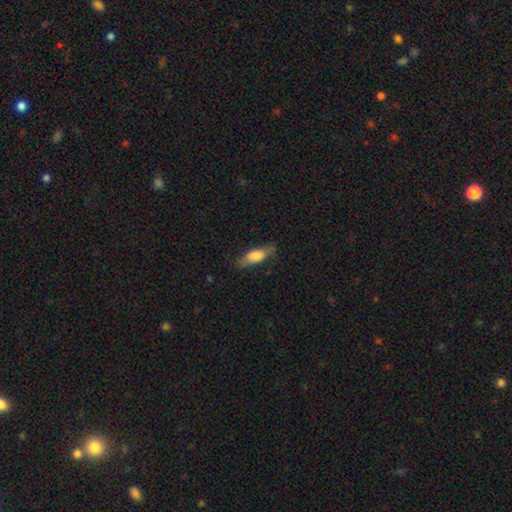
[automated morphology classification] Smooth or featured?
  - smooth: 72% *
  - featured or disk: 22%
  - star or artifact: 6%
How rounded?
  - in between: 56% *
  - cigar-shaped: 42%
  - round: 2%
Merging?
  - none: 72% *
  - minor disturbance: 21%
  - major disturbance: 6%
  - merger: 1%